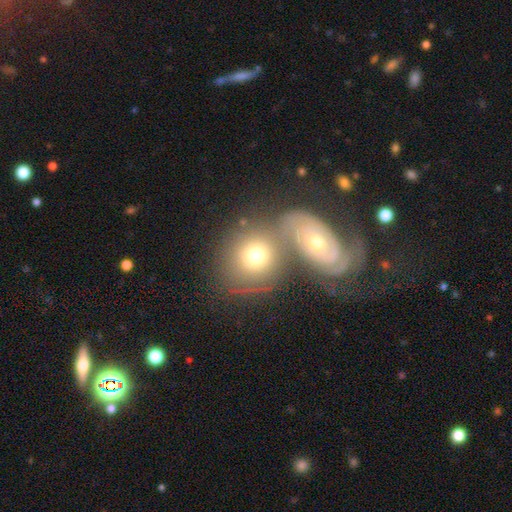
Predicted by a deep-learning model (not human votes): Smooth or featured: smooth — 47% (featured or disk — 45%)
Merging: merger — 51% (none — 35%)